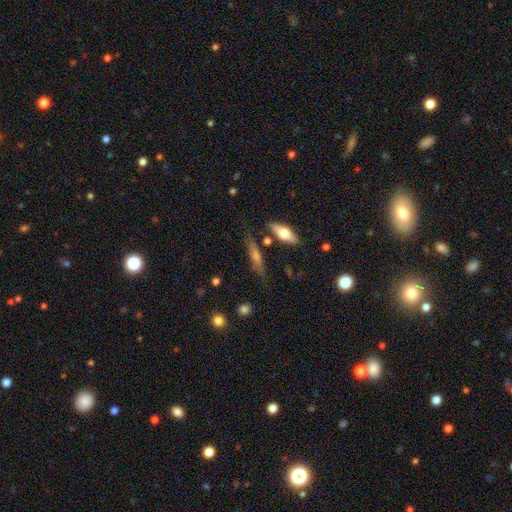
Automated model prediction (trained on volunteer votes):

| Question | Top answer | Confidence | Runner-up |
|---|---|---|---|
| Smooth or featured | featured or disk | 47% | smooth (43%) |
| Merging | none | 70% | minor disturbance (18%) |